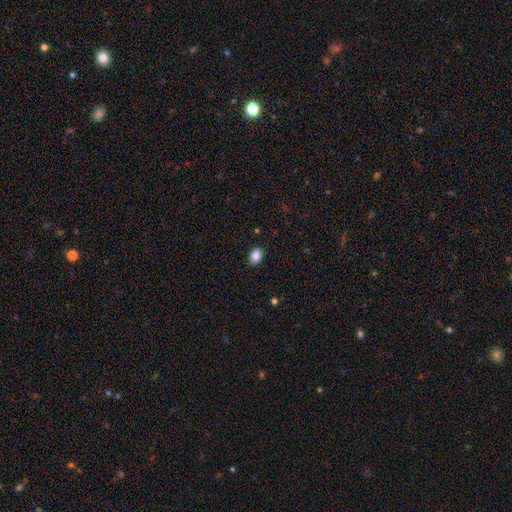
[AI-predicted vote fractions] This is clearly a smooth galaxy (86%). How rounded: likely in between (79%). Merging: clearly none (88%).